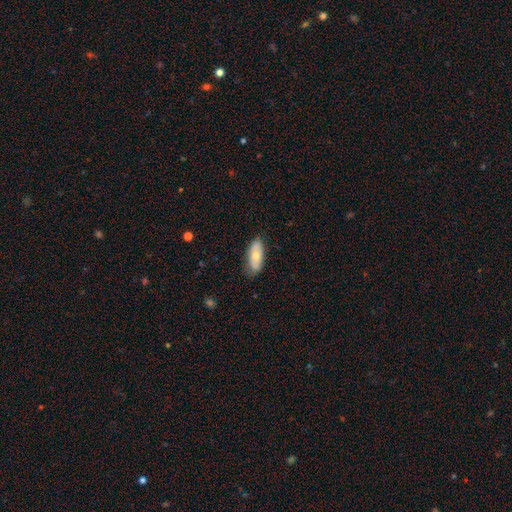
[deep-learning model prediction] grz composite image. It shows a smooth galaxy with no disk features (66%) that is in between round and cigar-shaped (83%). Merging: none (79%).